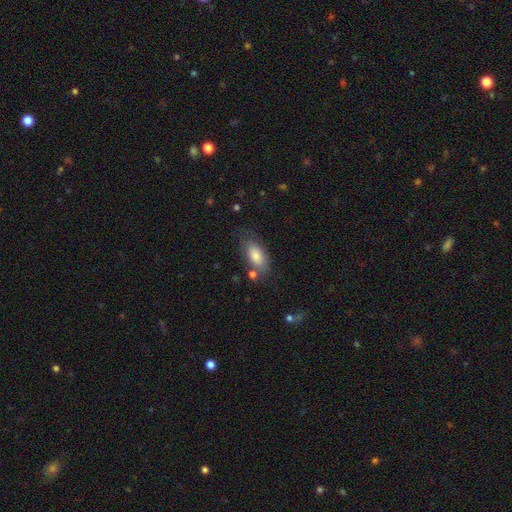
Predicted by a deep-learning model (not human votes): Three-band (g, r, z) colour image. It shows a smooth galaxy with no disk features (81%) that is in between round and cigar-shaped (89%). Merging: none (69%).